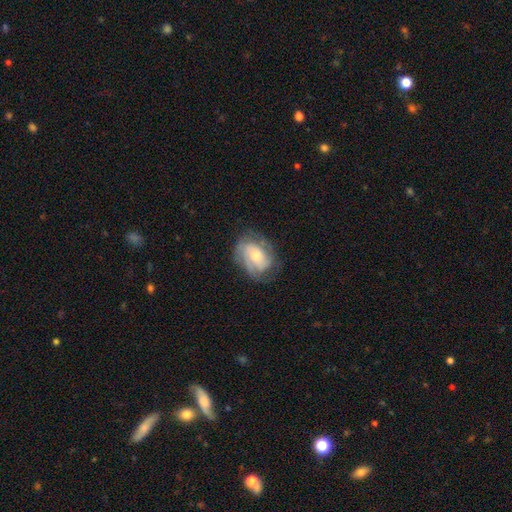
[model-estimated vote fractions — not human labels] A featured or disk galaxy (74%) with no bar (65%), 2 (40%) tight (51%) spiral arms (92%) and a moderate central bulge (48%). Merging: none (69%).